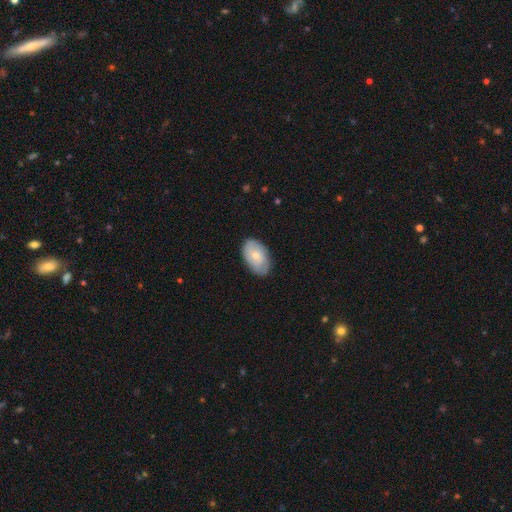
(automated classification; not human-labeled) smooth_or_featured: smooth (p=0.56) [alt: featured or disk p=0.37]
how_rounded: in between (p=0.90) [alt: round p=0.08]
merging: none (p=0.78) [alt: minor disturbance p=0.17]